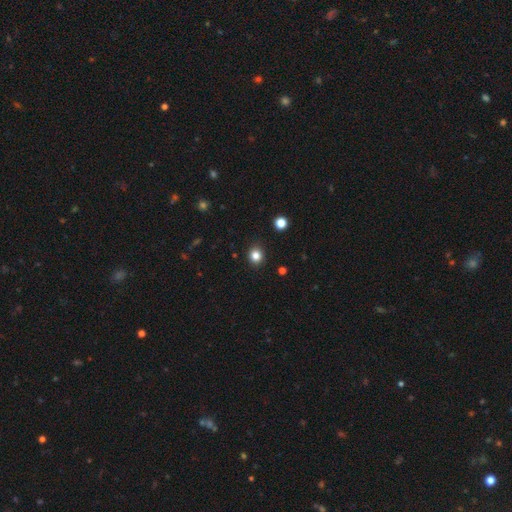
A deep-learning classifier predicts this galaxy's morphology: Smooth or featured: smooth — 83% (star or artifact — 12%)
How rounded: round — 83% (in between — 16%)
Merging: none — 91% (minor disturbance — 6%)